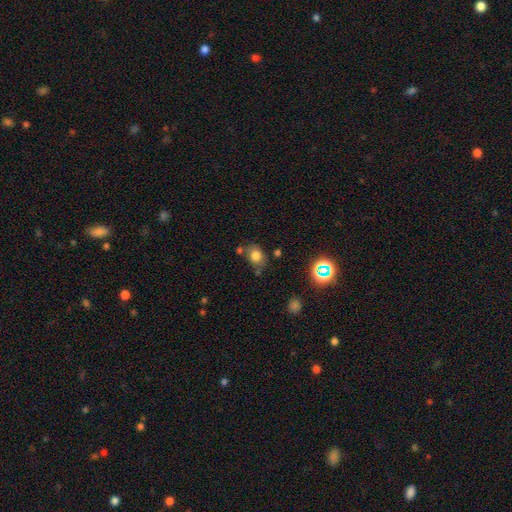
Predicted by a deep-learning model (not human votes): smooth_or_featured: smooth (p=0.75) [alt: star or artifact p=0.15]
how_rounded: in between (p=0.54) [alt: round p=0.45]
merging: none (p=0.64) [alt: minor disturbance p=0.19]